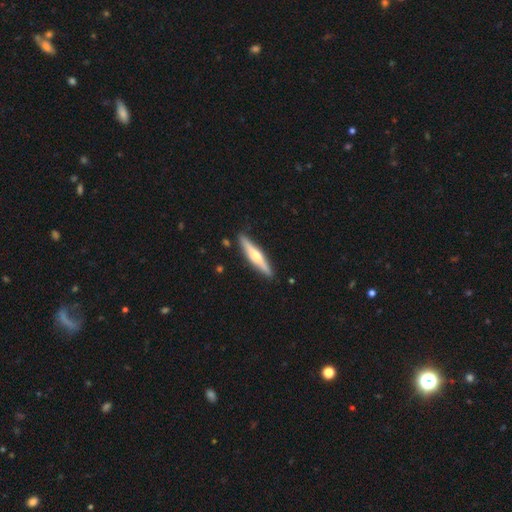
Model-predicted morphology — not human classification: This appears to be a featured or disk galaxy (61%) viewed edge-on (96%) with a rounded central bulge (88%). Merging: none (90%).